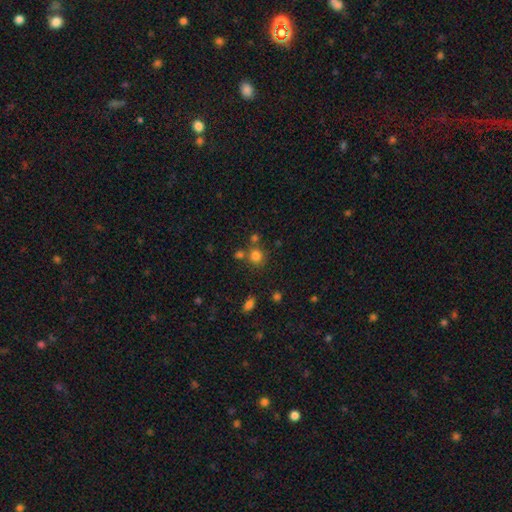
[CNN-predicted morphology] The model was most divided on "merging": none: 66%, merger: 19%, minor disturbance: 10%, major disturbance: 5%. More confident: how rounded — round (84%); smooth or featured — smooth (79%).